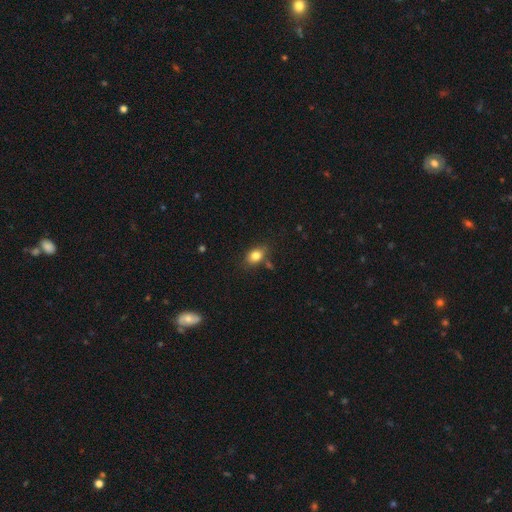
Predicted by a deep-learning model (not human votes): Smooth or featured: smooth — 81% (star or artifact — 10%)
How rounded: in between — 74% (round — 24%)
Merging: none — 72% (minor disturbance — 18%)